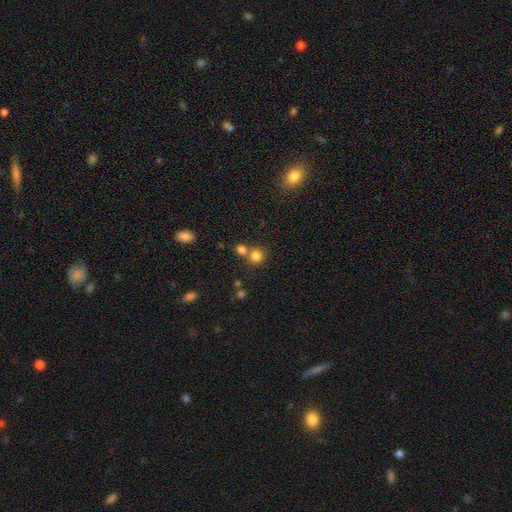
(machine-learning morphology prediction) Smooth or featured? smooth (80%)
How rounded? round (86%)
Merging? none (57%)